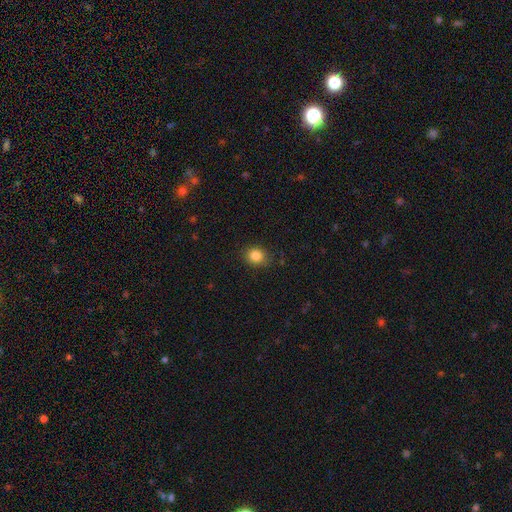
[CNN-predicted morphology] type=smooth (84%); roundness=round (73%); merging=none (85%).